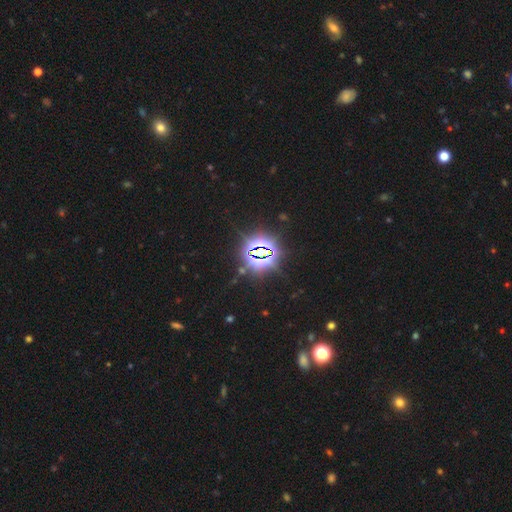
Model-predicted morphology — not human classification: Smooth or featured? star or artifact (83%)